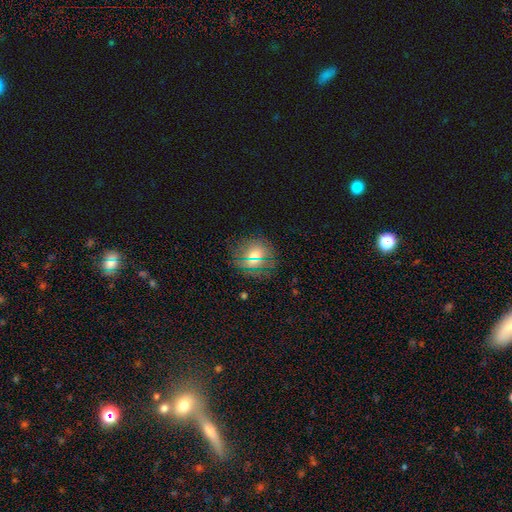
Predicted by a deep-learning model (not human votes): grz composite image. It shows a smooth galaxy with no disk features (61%) that is round (85%). Merging: none (84%).